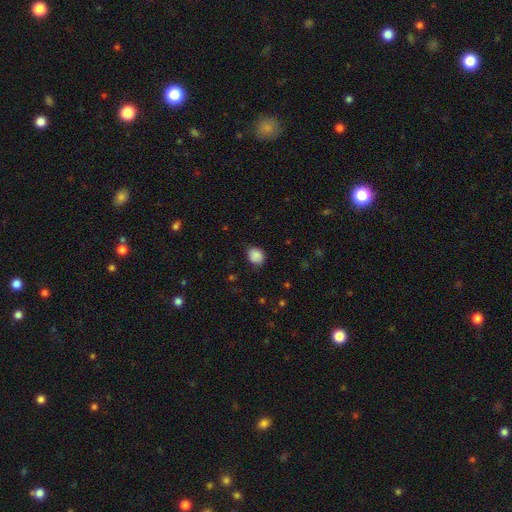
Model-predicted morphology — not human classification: Smooth or featured? smooth (87%)
How rounded? round (56%)
Merging? none (72%)